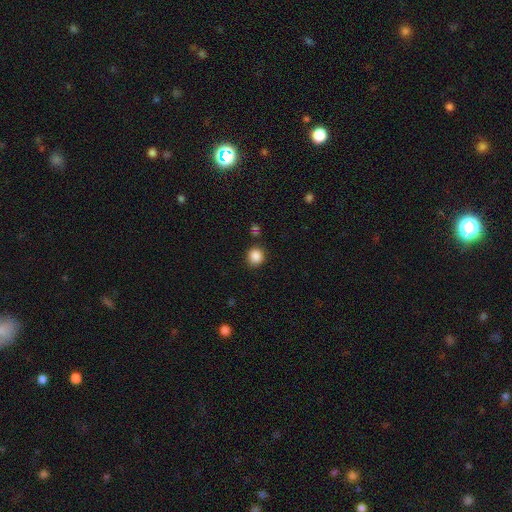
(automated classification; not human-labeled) Overall: smooth (87%). How rounded: round (84%). Merging: none (85%).